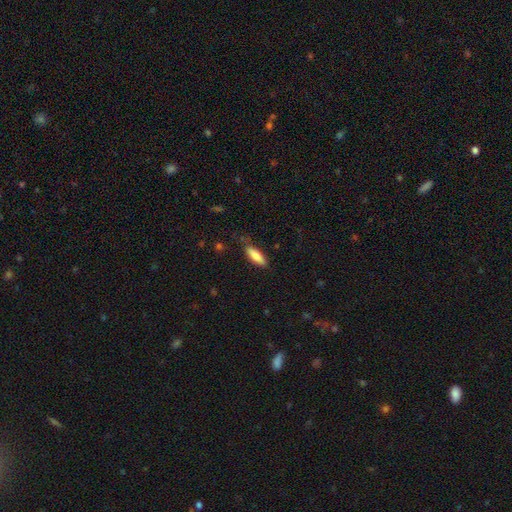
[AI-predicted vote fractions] Smooth or featured? smooth (83%)
How rounded? in between (56%)
Merging? none (79%)